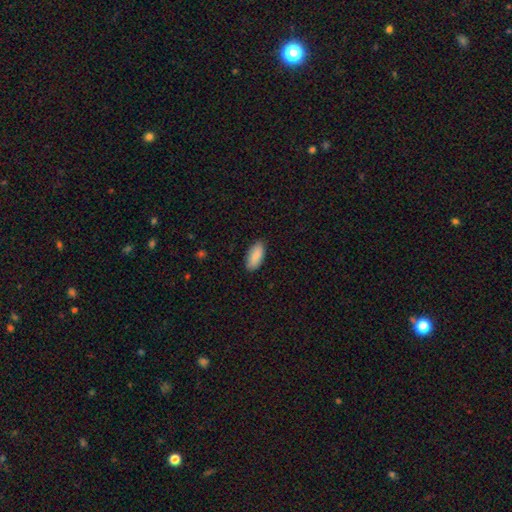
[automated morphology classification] Smooth or featured? smooth (89%)
How rounded? in between (90%)
Merging? none (87%)